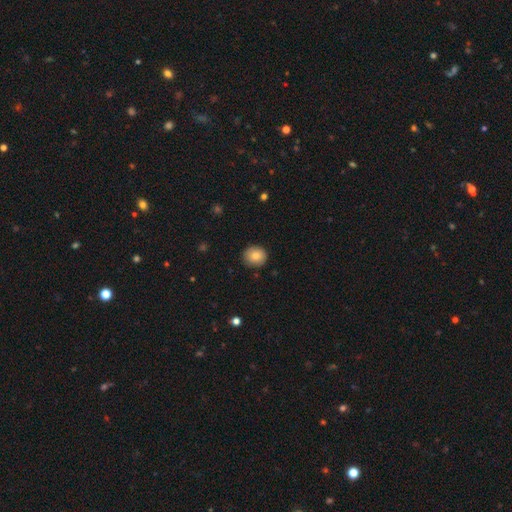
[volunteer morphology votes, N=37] Overall: smooth (76%). How rounded: round (75%). Merging: none (91%).